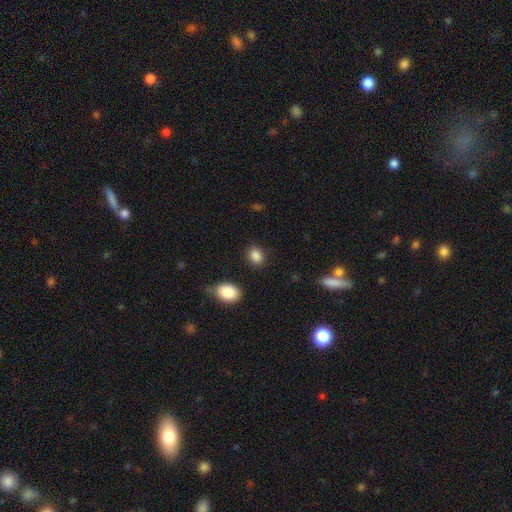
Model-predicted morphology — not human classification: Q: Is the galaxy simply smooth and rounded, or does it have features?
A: smooth — 87%.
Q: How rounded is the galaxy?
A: in between — 57%.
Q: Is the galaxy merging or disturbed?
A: none — 85%.